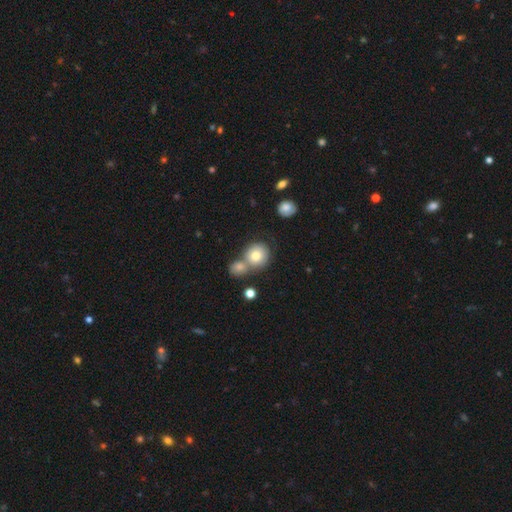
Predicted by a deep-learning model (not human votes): A smooth galaxy with no disk features (78%) that is round (88%). Merging: none (46%).